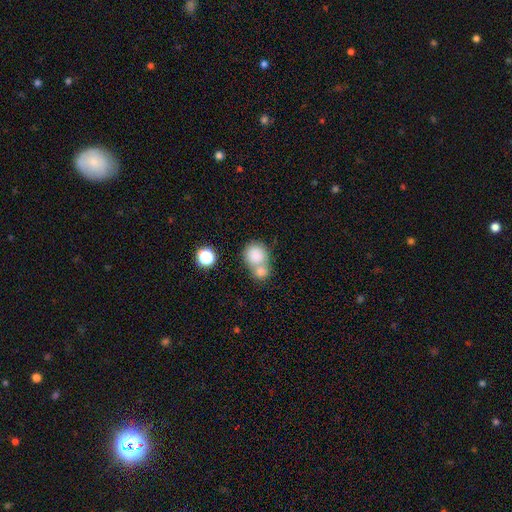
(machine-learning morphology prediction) Smooth or featured: smooth — 81% (featured or disk — 10%)
How rounded: round — 78% (in between — 21%)
Merging: merger — 54% (none — 33%)